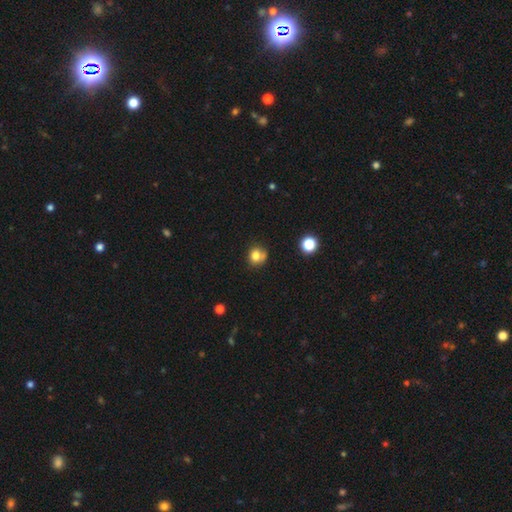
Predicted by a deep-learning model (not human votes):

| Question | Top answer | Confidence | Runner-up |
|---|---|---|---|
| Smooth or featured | smooth | 78% | star or artifact (13%) |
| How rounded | round | 80% | in between (19%) |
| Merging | none | 58% | minor disturbance (20%) |